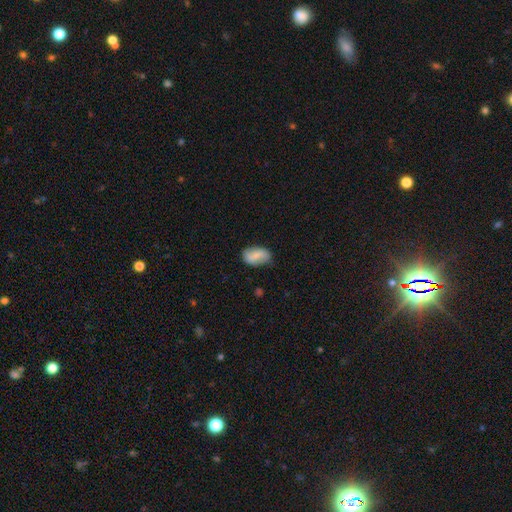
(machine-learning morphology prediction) This appears to be a smooth galaxy with no disk features (68%) that is in between round and cigar-shaped (91%). Merging: none (67%).